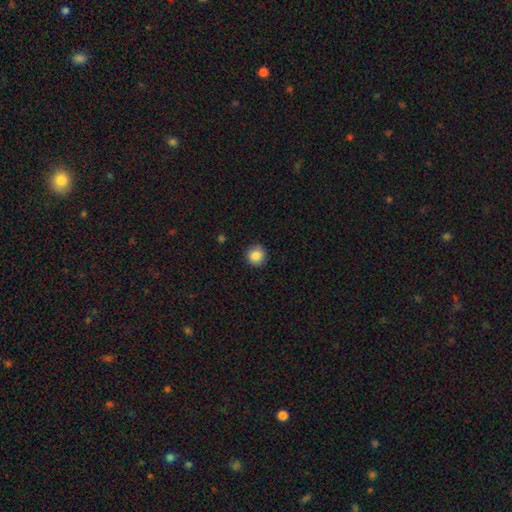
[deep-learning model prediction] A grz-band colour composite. It shows a smooth galaxy with no disk features (86%) that is round (93%). Merging: none (89%).